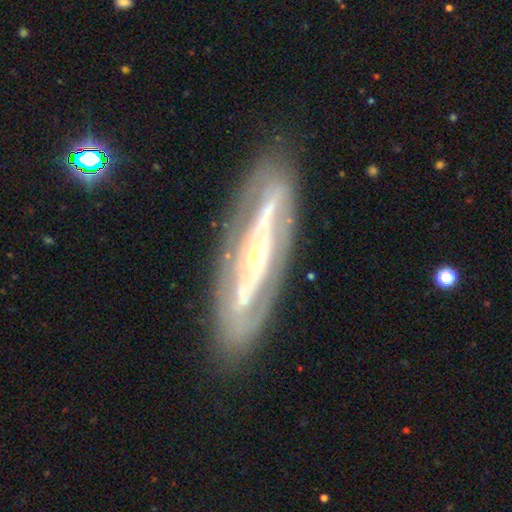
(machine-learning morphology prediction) Overall: featured or disk (84%). Edge-on disk: no (75%). Bar: no (48%; strong 30%). Spiral arms: yes (73%). Bulge size: small (62%; moderate 33%). Merging: none (82%).